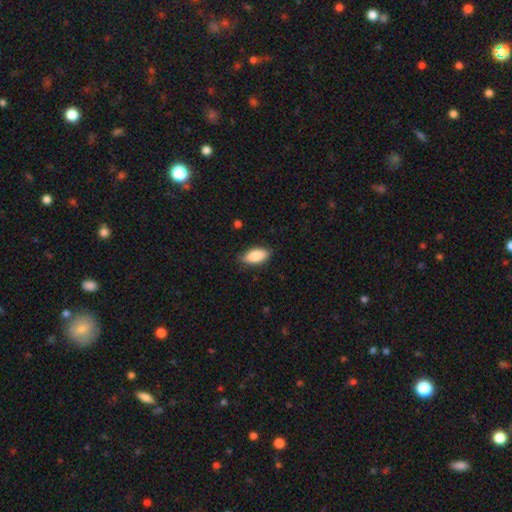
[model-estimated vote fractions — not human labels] The model was most divided on "merging": none: 83%, minor disturbance: 14%, major disturbance: 2%, merger: 1%. More confident: how rounded — in between (88%); smooth or featured — smooth (87%).